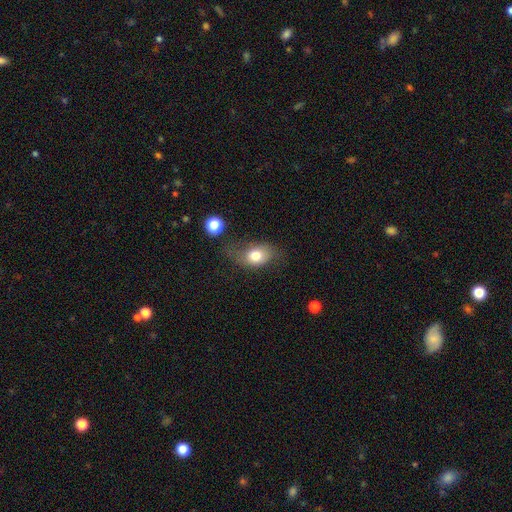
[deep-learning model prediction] Morphology: type=smooth (74%); roundness=in between (74%); merging=none (48%).